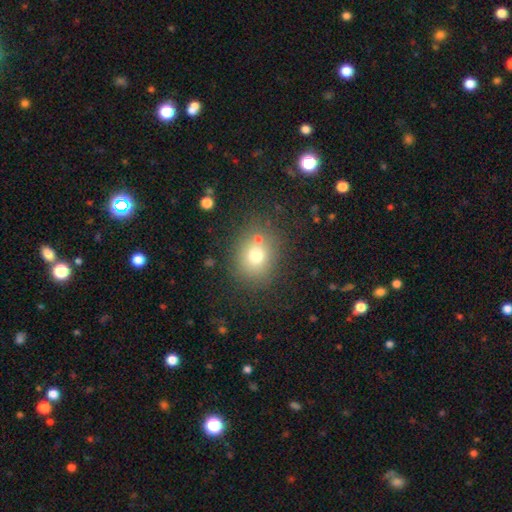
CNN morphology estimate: This is likely a smooth galaxy (71%). How rounded: likely round (69%). Merging: likely none (69%).